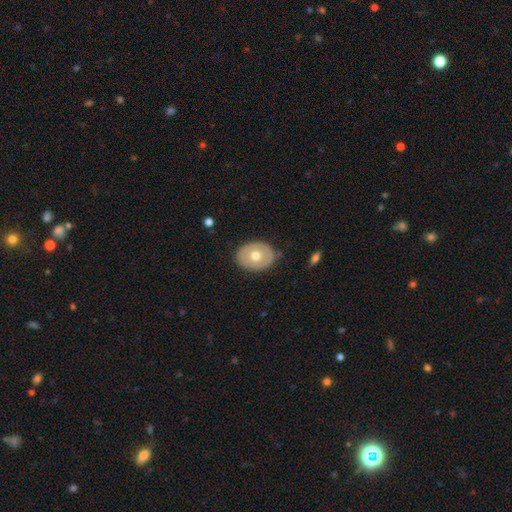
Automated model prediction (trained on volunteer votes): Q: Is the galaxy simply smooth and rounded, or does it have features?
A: smooth — 53%.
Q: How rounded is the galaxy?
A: in between — 63%.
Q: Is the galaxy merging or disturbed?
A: none — 85%.